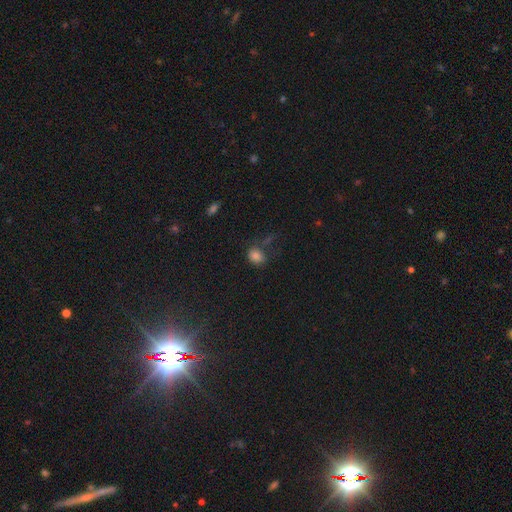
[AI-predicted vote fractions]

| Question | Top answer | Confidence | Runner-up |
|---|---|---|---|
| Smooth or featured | smooth | 80% | star or artifact (14%) |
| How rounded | round | 53% | in between (45%) |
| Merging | none | 60% | minor disturbance (21%) |